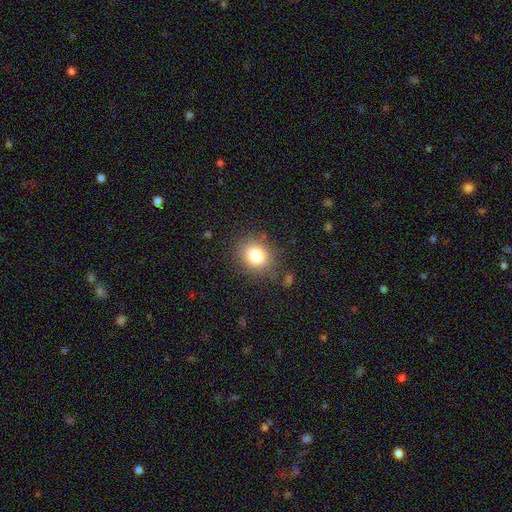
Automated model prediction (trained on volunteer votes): Smooth or featured?
  - smooth: 81% *
  - star or artifact: 11%
  - featured or disk: 8%
How rounded?
  - round: 64% *
  - in between: 35%
  - cigar-shaped: 1%
Merging?
  - none: 82% *
  - minor disturbance: 11%
  - major disturbance: 4%
  - merger: 2%